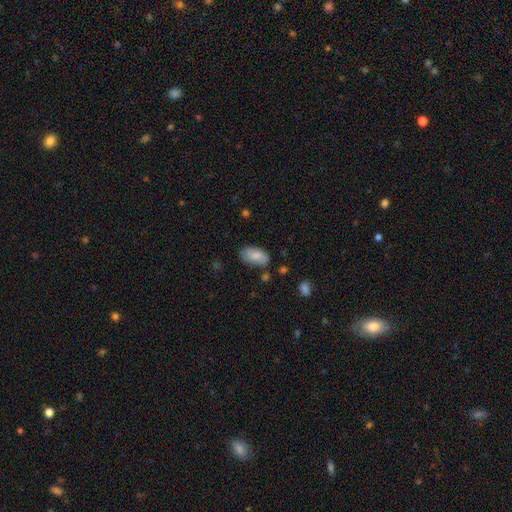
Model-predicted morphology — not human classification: type=smooth (82%); roundness=in between (94%); merging=none (69%).